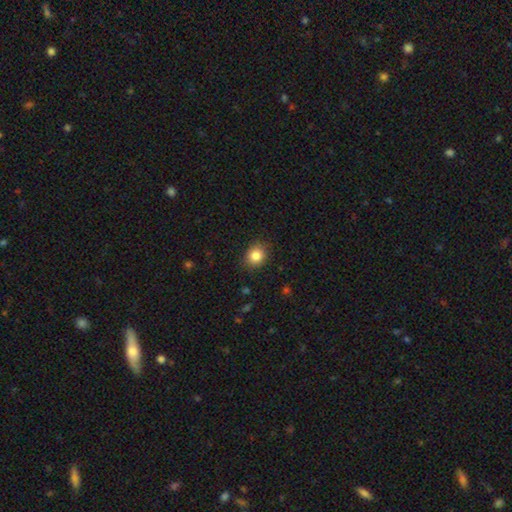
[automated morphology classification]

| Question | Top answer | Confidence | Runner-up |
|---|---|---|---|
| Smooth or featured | smooth | 84% | star or artifact (10%) |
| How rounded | round | 67% | in between (32%) |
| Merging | none | 85% | minor disturbance (11%) |